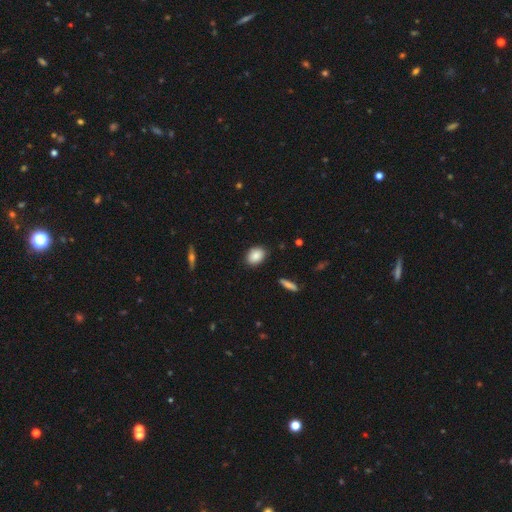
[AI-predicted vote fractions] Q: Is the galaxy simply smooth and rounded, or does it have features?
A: smooth — 87%.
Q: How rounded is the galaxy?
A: in between — 72%.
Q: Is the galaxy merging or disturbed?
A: none — 88%.